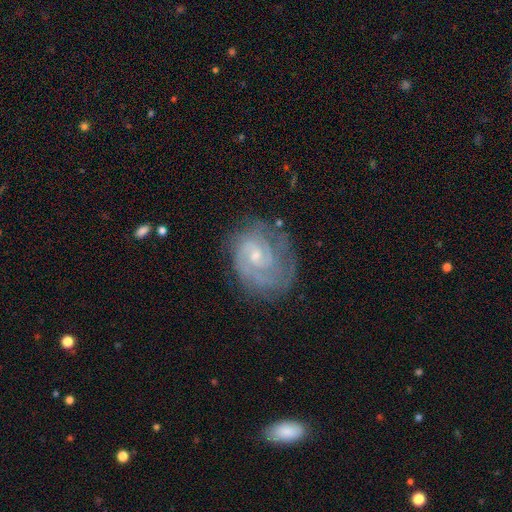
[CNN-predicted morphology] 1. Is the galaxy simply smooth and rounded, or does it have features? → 84% featured or disk, 10% smooth, 6% star or artifact.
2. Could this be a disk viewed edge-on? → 98% no, 2% yes.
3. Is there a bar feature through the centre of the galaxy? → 53% no, 41% weak, 6% strong.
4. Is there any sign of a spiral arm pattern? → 96% yes, 4% no.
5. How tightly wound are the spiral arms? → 63% tight, 31% medium, 7% loose.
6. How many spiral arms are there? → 48% 2, 23% can't tell, 15% 3, 6% 1, 4% 4, 3% more than 4.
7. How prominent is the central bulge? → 60% small, 34% moderate, 4% none, 1% large, 1% dominant.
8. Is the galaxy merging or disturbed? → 71% none, 19% minor disturbance, 9% major disturbance, 2% merger.